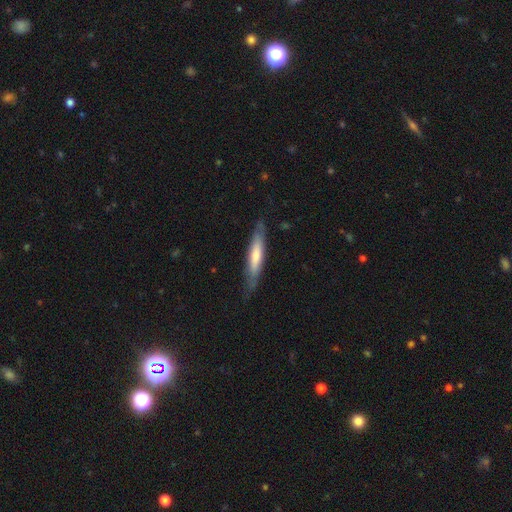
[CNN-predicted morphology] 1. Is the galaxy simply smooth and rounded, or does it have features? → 55% smooth, 39% featured or disk, 5% star or artifact.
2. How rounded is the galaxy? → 85% cigar-shaped, 14% in between, 1% round.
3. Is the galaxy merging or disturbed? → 77% none, 18% minor disturbance, 4% major disturbance, 1% merger.